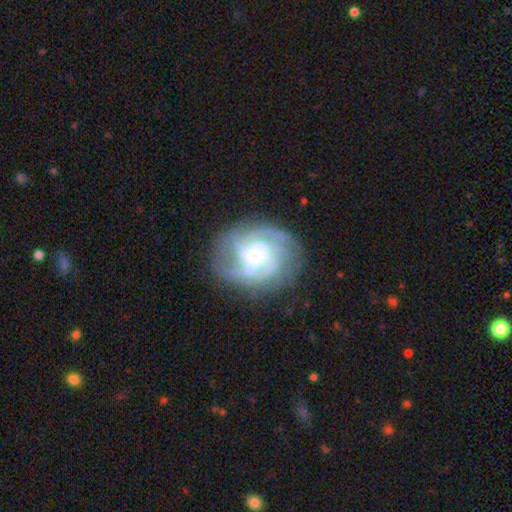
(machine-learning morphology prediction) This appears to be a featured or disk galaxy (84%) with no bar (55%), 4 (27%) tight (61%) spiral arms (96%) and a small central bulge (63%). Merging: none (74%).